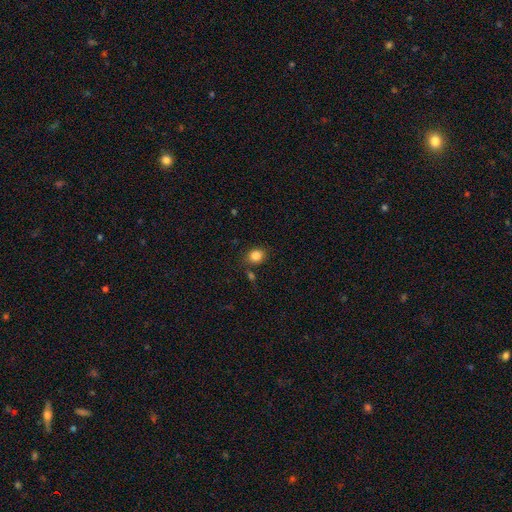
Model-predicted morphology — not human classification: Smooth or featured?
  - smooth: 84% *
  - star or artifact: 11%
  - featured or disk: 5%
How rounded?
  - round: 67% *
  - in between: 32%
  - cigar-shaped: 1%
Merging?
  - none: 79% *
  - minor disturbance: 11%
  - merger: 6%
  - major disturbance: 3%